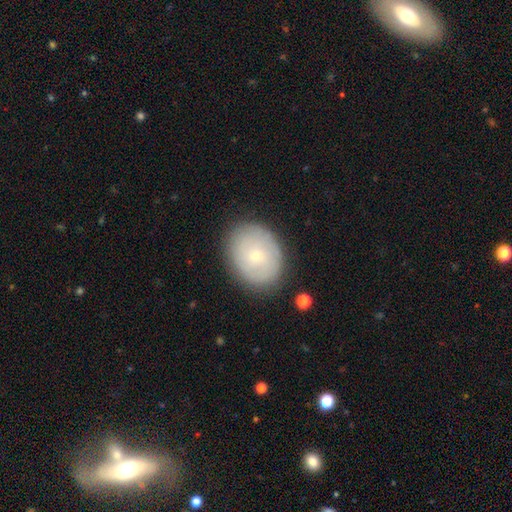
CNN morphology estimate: This appears to be a smooth galaxy with no disk features (60%) that is in between round and cigar-shaped (55%). Merging: none (84%).